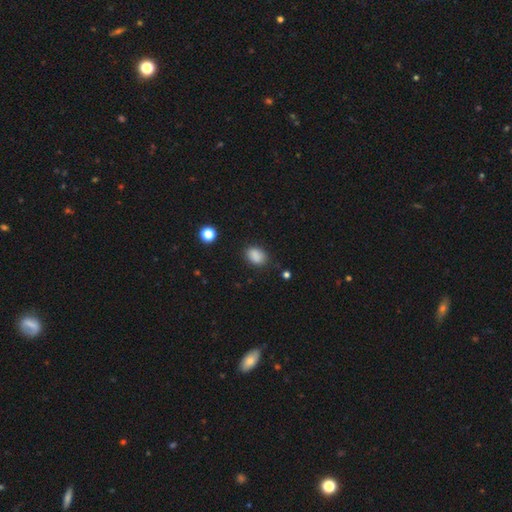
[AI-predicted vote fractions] smooth_or_featured: smooth (p=0.87) [alt: star or artifact p=0.10]
how_rounded: in between (p=0.75) [alt: round p=0.24]
merging: none (p=0.81) [alt: minor disturbance p=0.14]